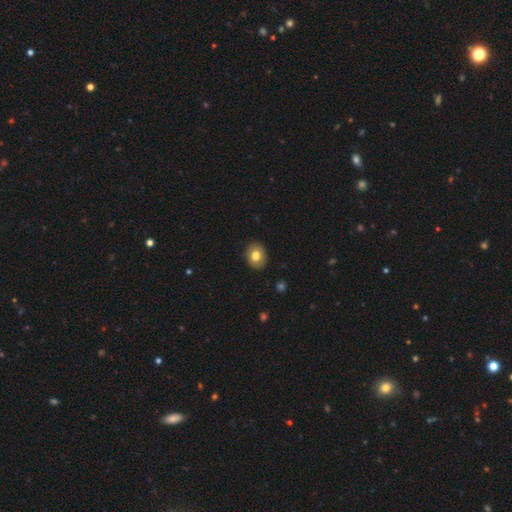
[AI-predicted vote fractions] The model was most divided on "how rounded": in between: 53%, round: 47%, cigar-shaped: 1%. More confident: merging — none (90%); smooth or featured — smooth (78%).